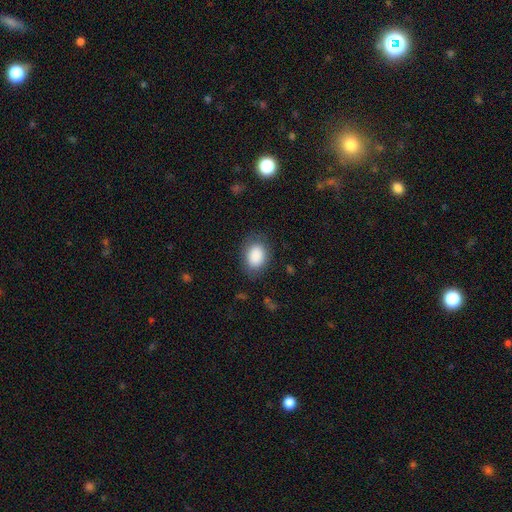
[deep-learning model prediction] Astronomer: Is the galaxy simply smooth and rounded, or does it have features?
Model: smooth — 88%.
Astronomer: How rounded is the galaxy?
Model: in between — 72%.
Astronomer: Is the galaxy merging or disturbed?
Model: none — 79%.